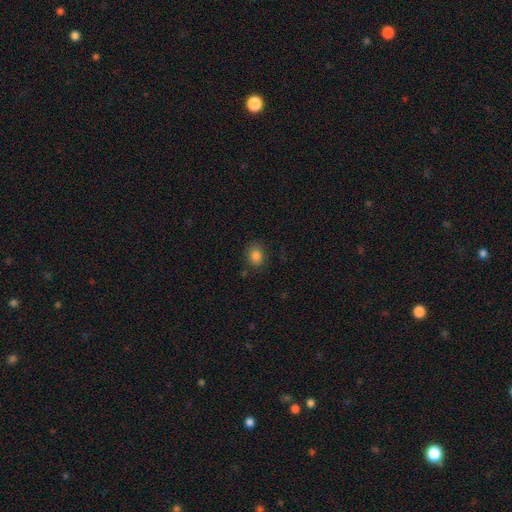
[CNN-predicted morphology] smooth-or-featured: smooth: 83% | star or artifact: 11% | featured or disk: 6%
  how-rounded: round: 51% | in between: 48% | cigar-shaped: 1%
  merging: none: 82% | minor disturbance: 13% | major disturbance: 3% | merger: 2%